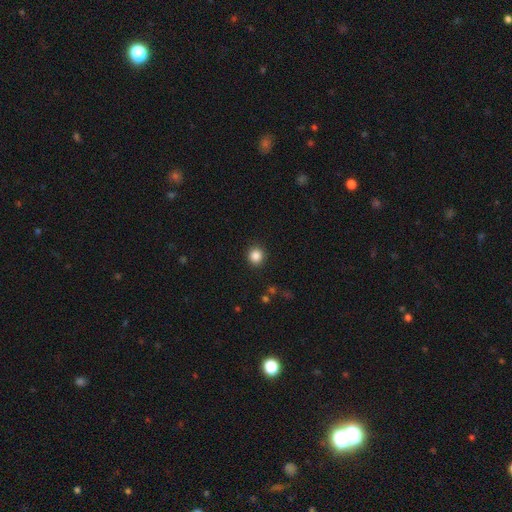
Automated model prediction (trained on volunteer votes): Q: Smooth or featured?
A: smooth (86%); runner-up: star or artifact (11%)
Q: How rounded?
A: round (92%); runner-up: in between (8%)
Q: Merging?
A: none (90%); runner-up: minor disturbance (6%)